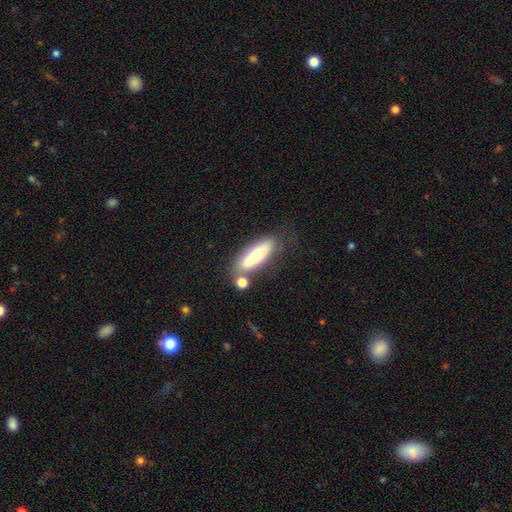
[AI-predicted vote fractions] A smooth galaxy with no disk features (67%) that is cigar-shaped (58%). Merging: none (62%).